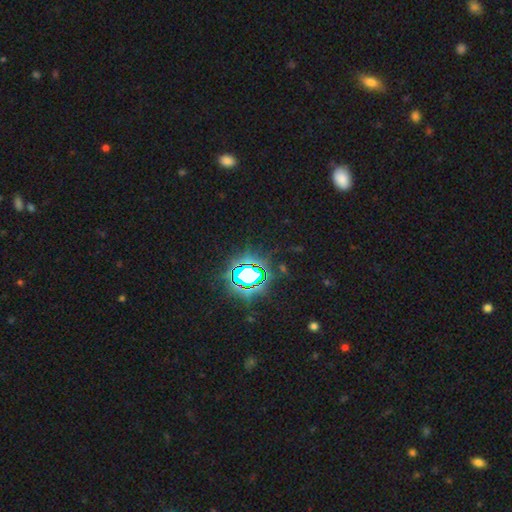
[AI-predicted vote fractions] smooth-or-featured: star or artifact: 83% | smooth: 11% | featured or disk: 6%